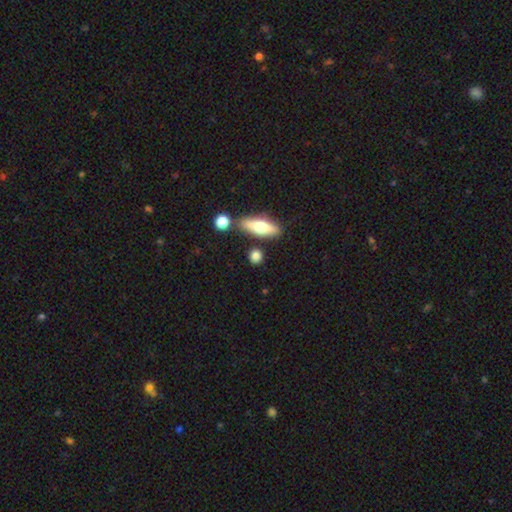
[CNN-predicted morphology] type=smooth (77%); roundness=round (60%); merging=none (79%).